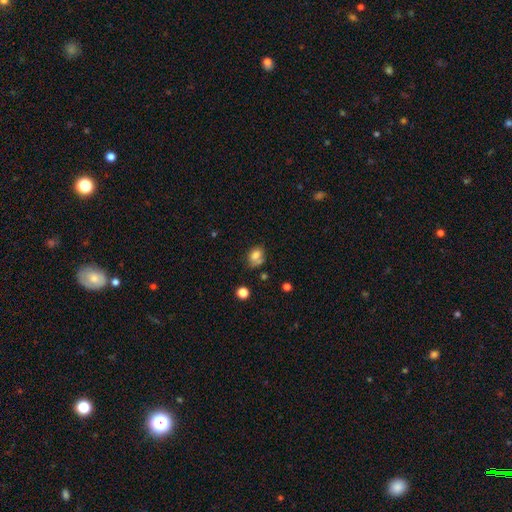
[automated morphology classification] Smooth or featured?
  - smooth: 74% *
  - star or artifact: 13%
  - featured or disk: 13%
How rounded?
  - in between: 64% *
  - round: 35%
  - cigar-shaped: 1%
Merging?
  - none: 47% *
  - minor disturbance: 23%
  - merger: 21%
  - major disturbance: 9%